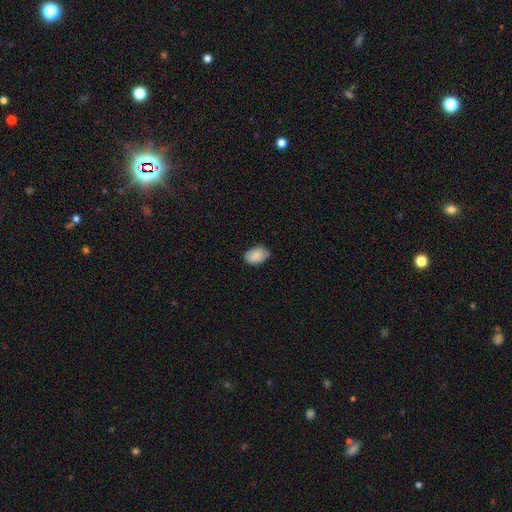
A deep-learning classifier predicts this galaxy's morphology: Smooth or featured? smooth (86%)
How rounded? in between (85%)
Merging? none (69%)